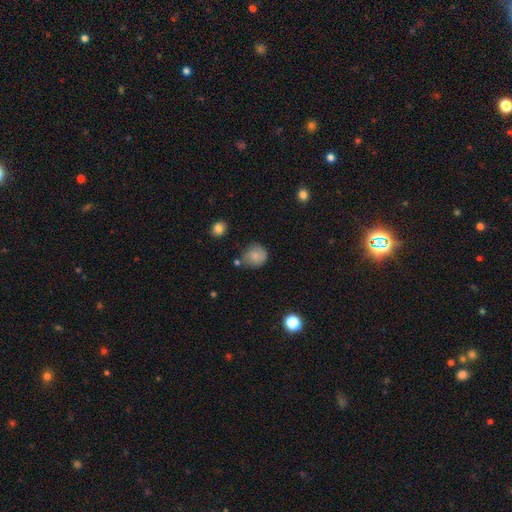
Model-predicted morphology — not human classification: This is likely a smooth galaxy (79%). How rounded: likely round (79%). Merging: likely none (64%).